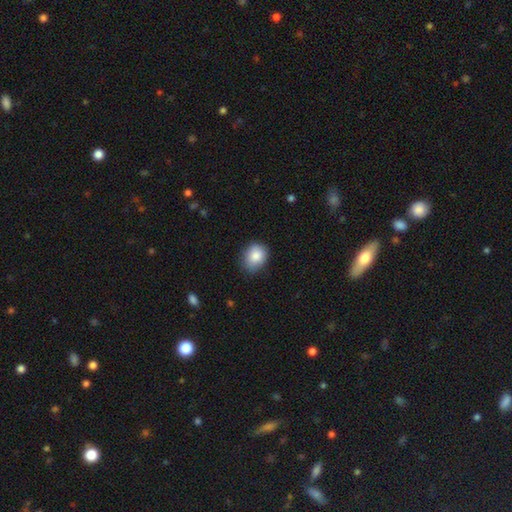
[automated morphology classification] This is clearly a smooth galaxy (86%). How rounded: possibly round (54%). Merging: likely none (76%).